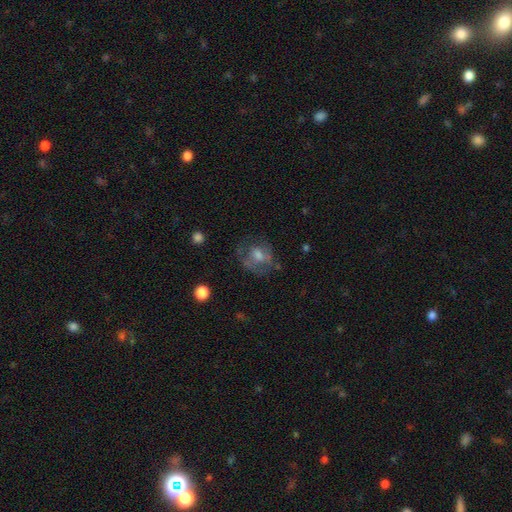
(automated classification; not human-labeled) Q: Smooth or featured?
A: featured or disk (50%); runner-up: smooth (37%)
Q: Merging?
A: none (58%); runner-up: minor disturbance (20%)